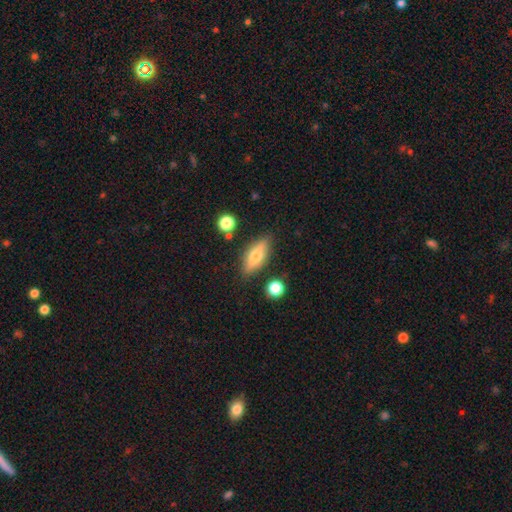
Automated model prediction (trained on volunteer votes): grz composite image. It shows a smooth galaxy with no disk features (48%). Merging: none (83%).